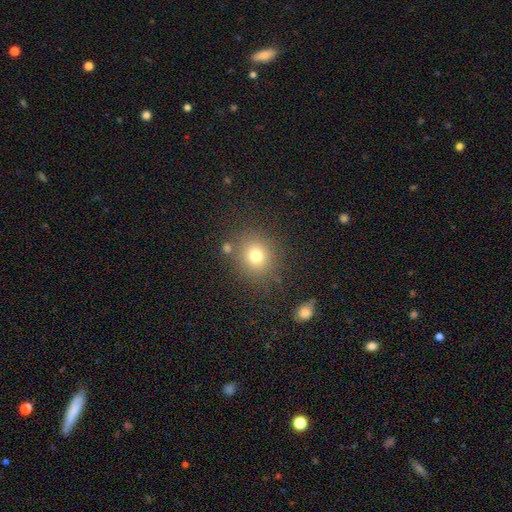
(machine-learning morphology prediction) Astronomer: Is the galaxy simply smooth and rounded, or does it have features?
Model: smooth — 74%.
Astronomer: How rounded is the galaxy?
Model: round — 85%.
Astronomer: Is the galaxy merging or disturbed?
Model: none — 80%.